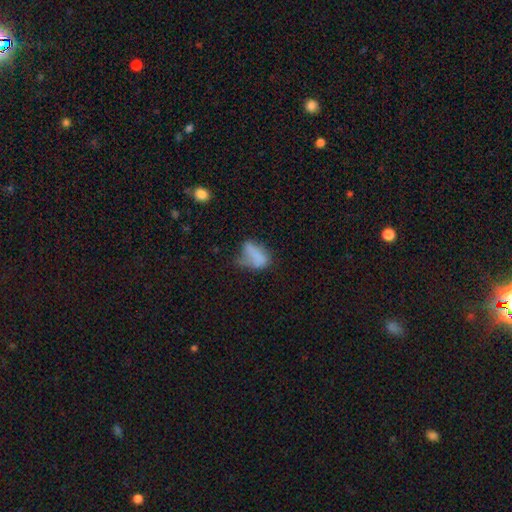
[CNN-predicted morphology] Smooth or featured? smooth (67%)
How rounded? in between (84%)
Merging? major disturbance (36%)